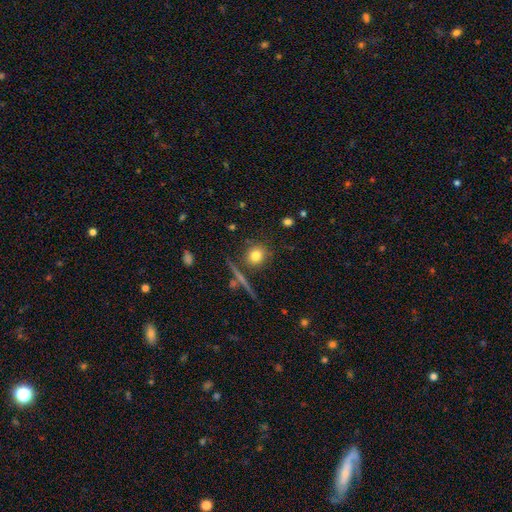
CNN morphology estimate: smooth_or_featured: smooth (p=0.76) [alt: star or artifact p=0.12]
how_rounded: round (p=0.88) [alt: in between p=0.09]
merging: none (p=0.81) [alt: minor disturbance p=0.10]